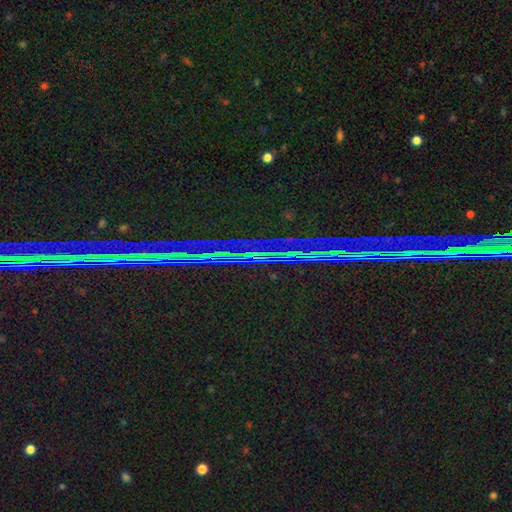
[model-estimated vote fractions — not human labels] Smooth or featured?
  - star or artifact: 89% *
  - featured or disk: 6%
  - smooth: 5%